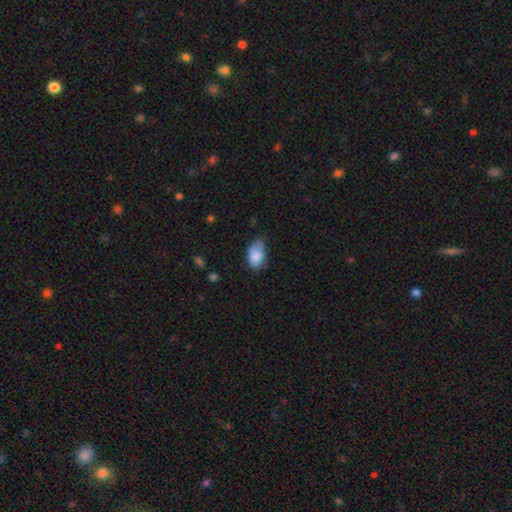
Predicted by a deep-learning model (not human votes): Overall: smooth (81%). How rounded: in between (91%). Merging: none (49%; minor disturbance 38%).